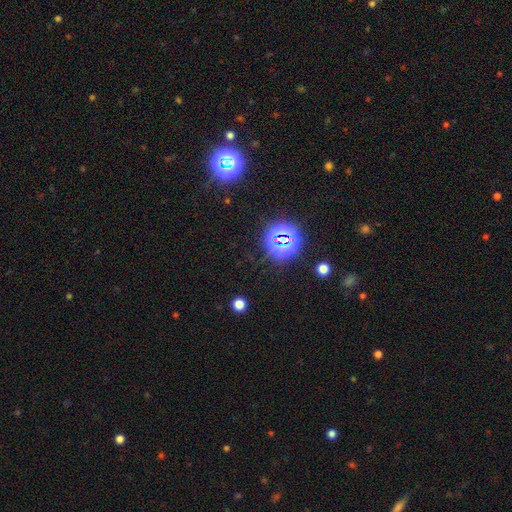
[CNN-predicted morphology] Smooth or featured? star or artifact (79%)